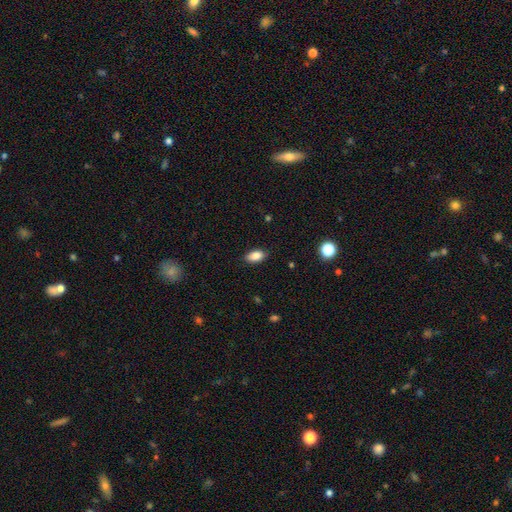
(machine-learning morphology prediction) Smooth or featured: smooth — 86% (star or artifact — 8%)
How rounded: in between — 90% (round — 5%)
Merging: none — 87% (minor disturbance — 10%)